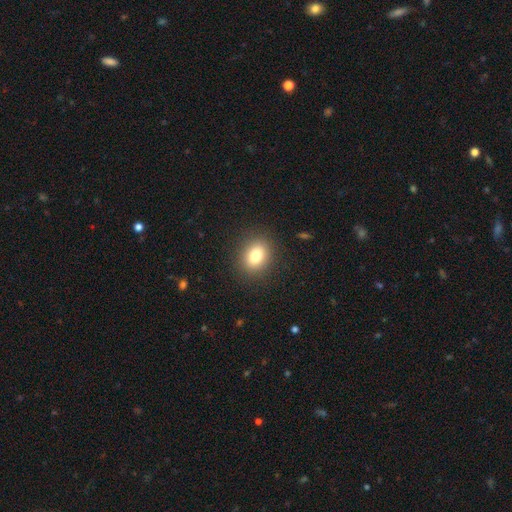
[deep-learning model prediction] The model was most divided on "how rounded": in between: 55%, round: 44%, cigar-shaped: 1%. More confident: merging — none (89%); smooth or featured — smooth (82%).